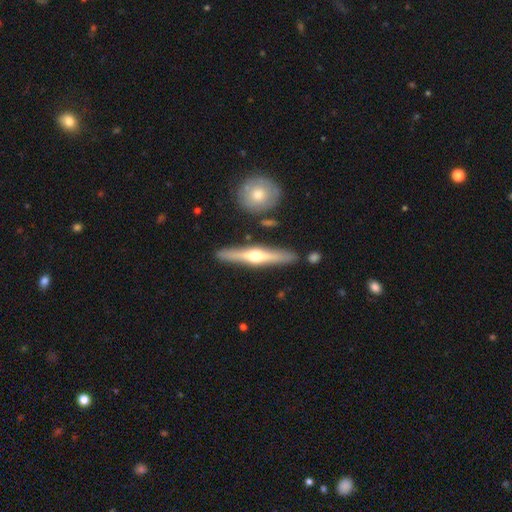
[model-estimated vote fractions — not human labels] Morphology: type=featured or disk (72%); edge-on=yes (97%); edge-on bulge=rounded (95%); merging=none (89%).